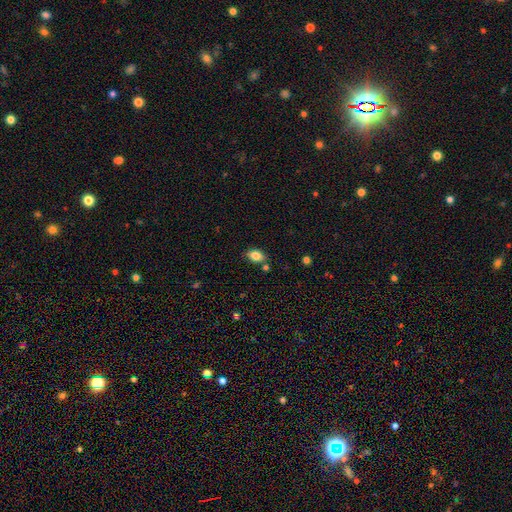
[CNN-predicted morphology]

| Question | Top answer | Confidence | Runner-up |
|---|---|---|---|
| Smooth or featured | smooth | 83% | star or artifact (9%) |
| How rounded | in between | 83% | round (15%) |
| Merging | none | 76% | minor disturbance (14%) |